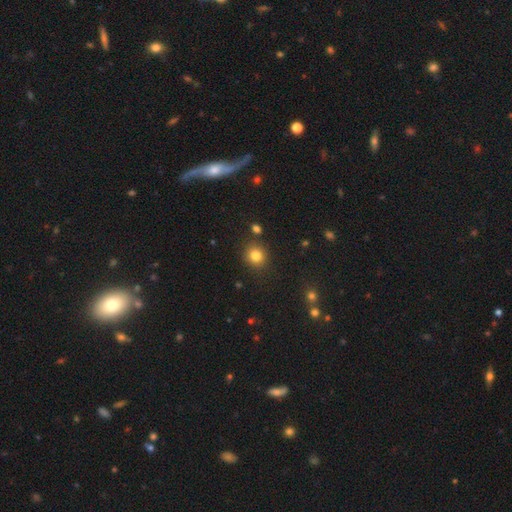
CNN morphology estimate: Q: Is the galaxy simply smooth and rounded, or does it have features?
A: smooth — 82%.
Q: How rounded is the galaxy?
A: round — 85%.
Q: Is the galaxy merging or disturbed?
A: none — 85%.